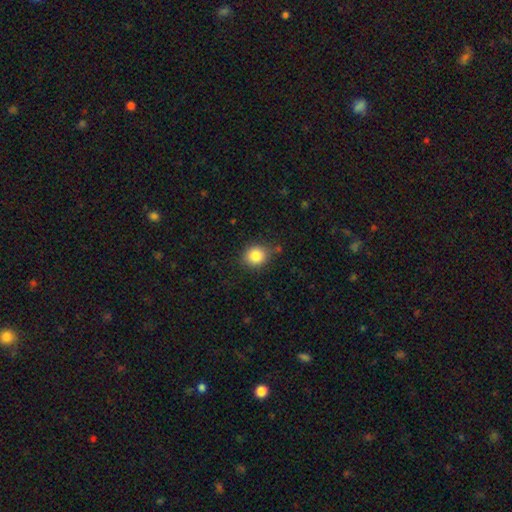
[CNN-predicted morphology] A smooth galaxy with no disk features (84%) that is round (76%). Merging: none (81%).